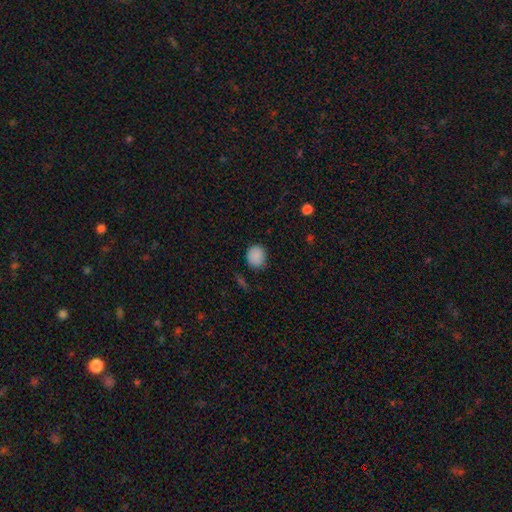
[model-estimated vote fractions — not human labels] Overall: smooth (87%). How rounded: round (72%). Merging: none (81%).